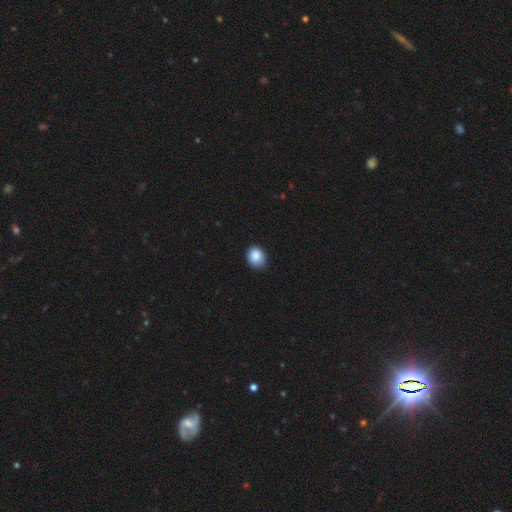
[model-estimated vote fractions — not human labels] Overall: smooth (86%). How rounded: round (60%; in between 39%). Merging: none (73%).